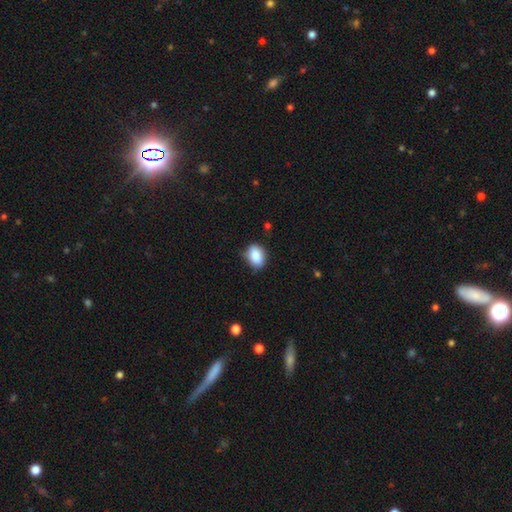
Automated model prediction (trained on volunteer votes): smooth 86%, star or artifact 8%, featured or disk 7%. Down the decision tree: how rounded — in between (76%); merging — none (78%).